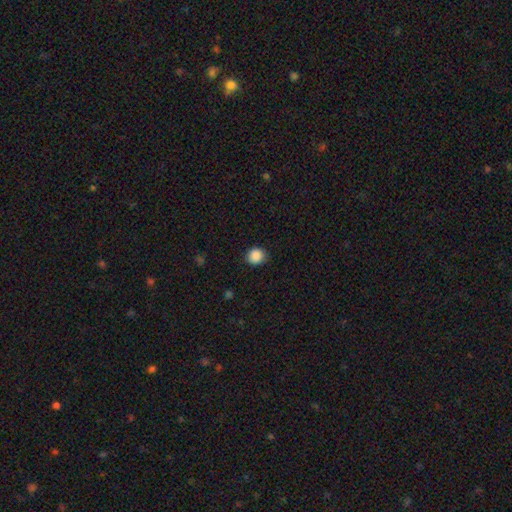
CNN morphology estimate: smooth 88%, star or artifact 9%, featured or disk 3%. Down the decision tree: how rounded — round (84%); merging — none (86%).